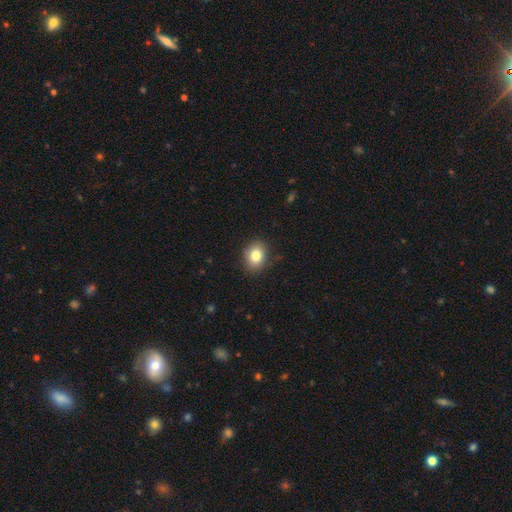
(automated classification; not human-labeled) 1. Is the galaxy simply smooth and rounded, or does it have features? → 82% smooth, 9% star or artifact, 8% featured or disk.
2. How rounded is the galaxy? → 52% in between, 47% round, 1% cigar-shaped.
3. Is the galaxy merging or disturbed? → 86% none, 11% minor disturbance, 3% major disturbance, 1% merger.